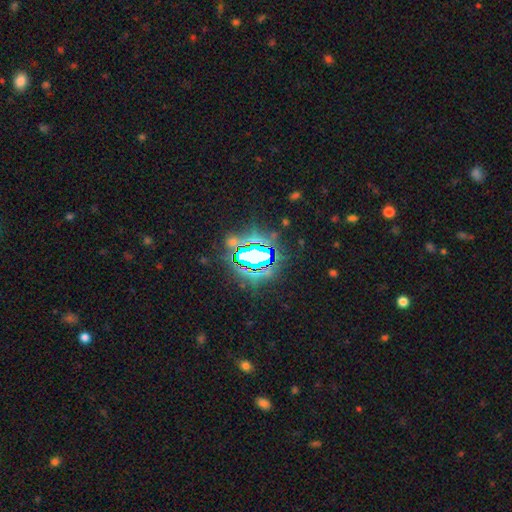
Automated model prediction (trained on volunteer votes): The model was most divided on "smooth or featured": star or artifact: 75%, smooth: 14%, featured or disk: 11%.